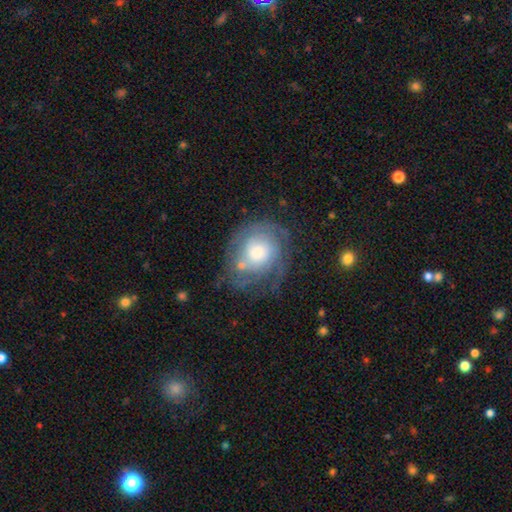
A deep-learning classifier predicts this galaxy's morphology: Smooth or featured? Predicted: featured or disk (p=0.66). Edge-on disk? Predicted: no (p=0.97). Bar? Predicted: no (p=0.81). Spiral arms? Predicted: yes (p=0.82). Spiral winding? Predicted: tight (p=0.58). Spiral arm count? Predicted: can't tell (p=0.45). Bulge size? Predicted: moderate (p=0.40). Merging? Predicted: none (p=0.58).